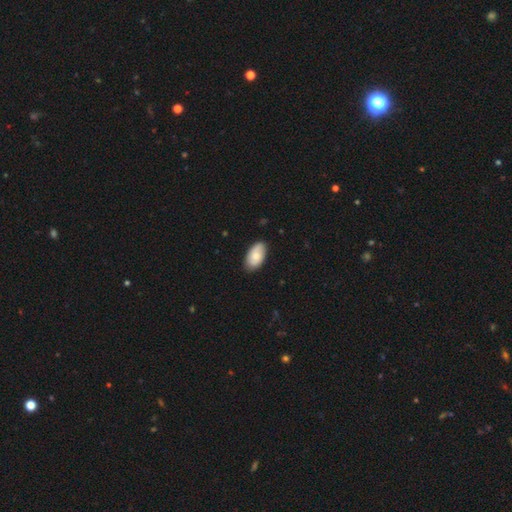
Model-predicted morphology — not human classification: smooth 75%, featured or disk 19%, star or artifact 6%. Down the decision tree: how rounded — in between (95%); merging — none (83%).